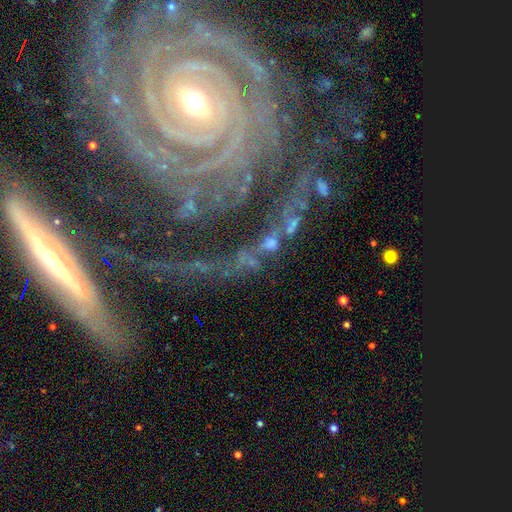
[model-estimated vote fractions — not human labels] The model was most divided on "bulge size": moderate: 49%, small: 45%, large: 4%, none: 1%, dominant: 1%. Remaining: spiral arms — yes (96%); edge-on disk — no (93%); smooth or featured — featured or disk (88%); spiral winding — tight (81%); merging — none (60%); bar — no (45%); spiral arm count — 2 (33%).